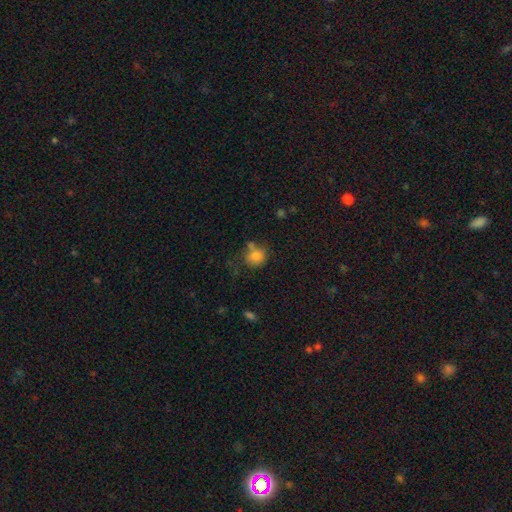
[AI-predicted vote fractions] smooth-or-featured: smooth: 81% | star or artifact: 10% | featured or disk: 9%
  how-rounded: round: 73% | in between: 26% | cigar-shaped: 1%
  merging: none: 53% | minor disturbance: 21% | merger: 18% | major disturbance: 8%